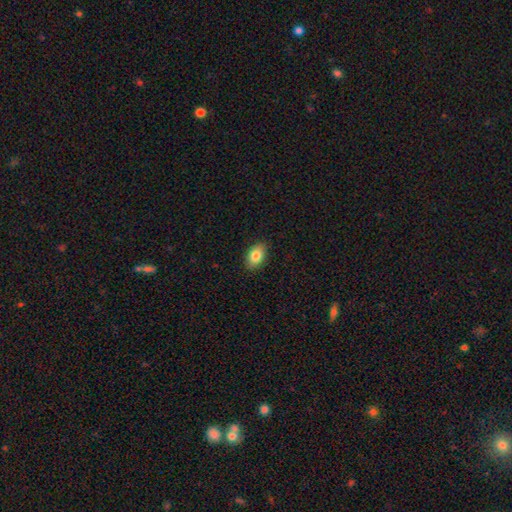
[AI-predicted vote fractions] Smooth or featured: smooth — 83% (featured or disk — 10%)
How rounded: in between — 90% (round — 9%)
Merging: none — 89% (minor disturbance — 9%)